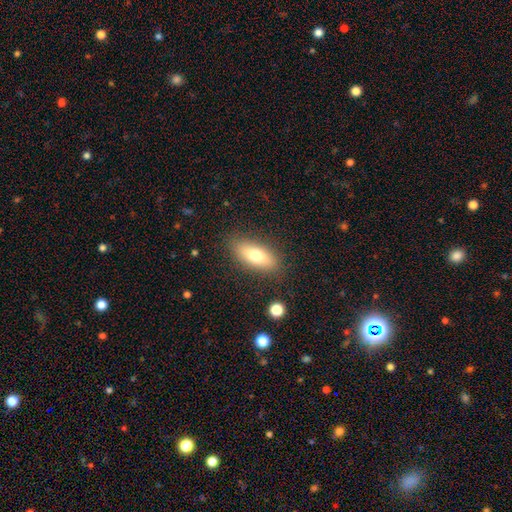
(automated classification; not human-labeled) A smooth galaxy with no disk features (72%) that is in between round and cigar-shaped (76%). Merging: none (83%).